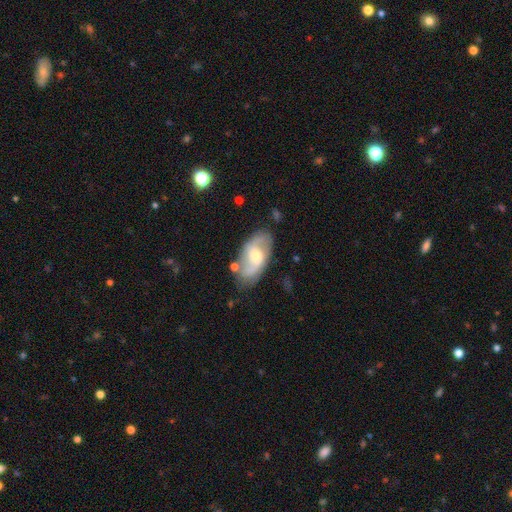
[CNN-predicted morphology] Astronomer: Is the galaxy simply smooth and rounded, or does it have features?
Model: featured or disk — 70%.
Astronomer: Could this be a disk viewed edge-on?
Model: no — 94%.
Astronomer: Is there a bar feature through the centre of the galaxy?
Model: weak — 47% (runner-up: no, 38%).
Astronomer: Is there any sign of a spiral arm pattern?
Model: yes — 86%.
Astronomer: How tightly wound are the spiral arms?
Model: loose — 49% (runner-up: medium, 37%).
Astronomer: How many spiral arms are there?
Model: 2 — 85%.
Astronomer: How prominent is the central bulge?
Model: moderate — 58% (runner-up: small, 36%).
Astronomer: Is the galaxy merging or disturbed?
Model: none — 74%.